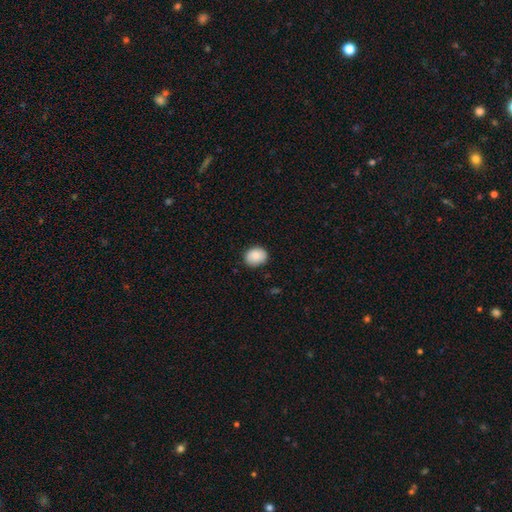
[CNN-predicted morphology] Q: Smooth or featured?
A: smooth (87%); runner-up: star or artifact (8%)
Q: How rounded?
A: round (51%); runner-up: in between (48%)
Q: Merging?
A: none (84%); runner-up: minor disturbance (13%)